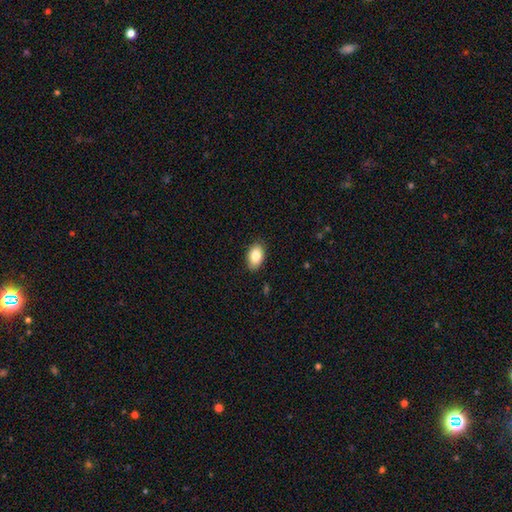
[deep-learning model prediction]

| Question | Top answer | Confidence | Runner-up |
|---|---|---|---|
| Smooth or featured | smooth | 84% | featured or disk (9%) |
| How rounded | in between | 91% | round (8%) |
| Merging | none | 87% | minor disturbance (10%) |